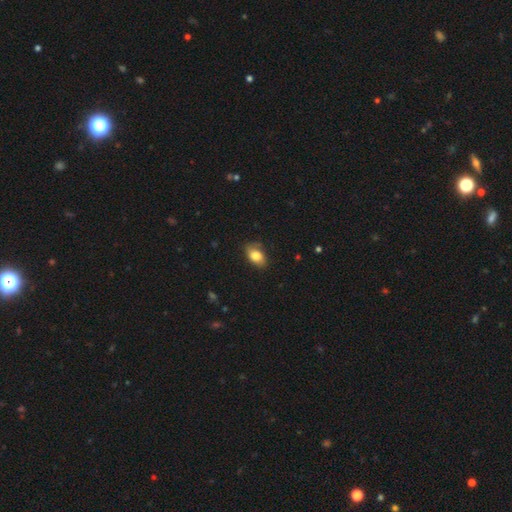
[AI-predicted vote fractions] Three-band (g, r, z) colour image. It shows a smooth galaxy with no disk features (81%) that is in between round and cigar-shaped (86%). Merging: none (75%).